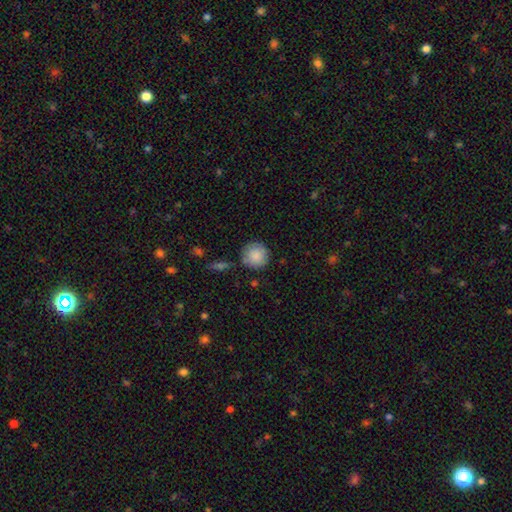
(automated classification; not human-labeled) A smooth galaxy with no disk features (86%) that is round (94%). Merging: none (79%).